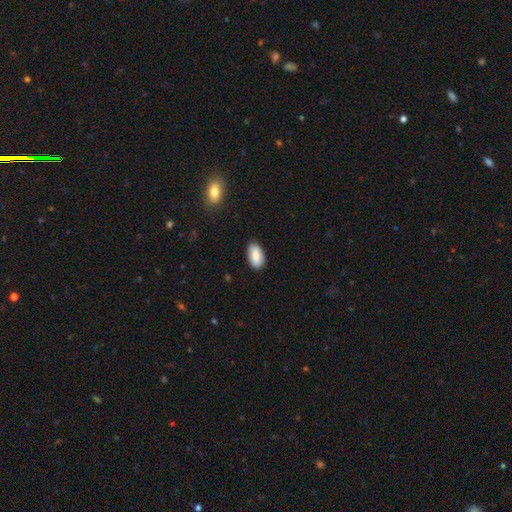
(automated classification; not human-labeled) smooth-or-featured: smooth: 88% | star or artifact: 7% | featured or disk: 6%
  how-rounded: in between: 94% | round: 3% | cigar-shaped: 3%
  merging: none: 86% | minor disturbance: 11% | major disturbance: 2% | merger: 1%